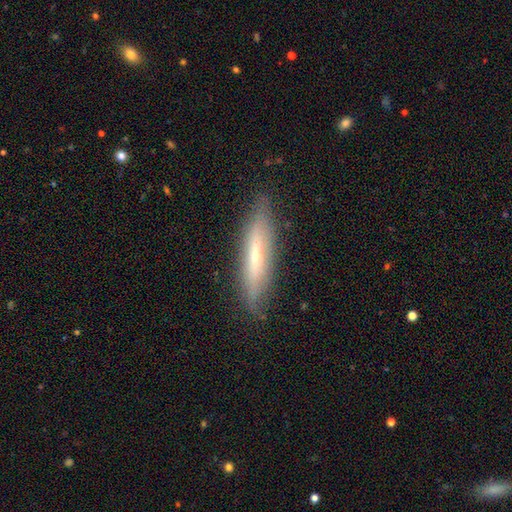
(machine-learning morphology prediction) Smooth or featured? featured or disk (57%)
Edge-on disk? yes (84%)
Merging? none (83%)